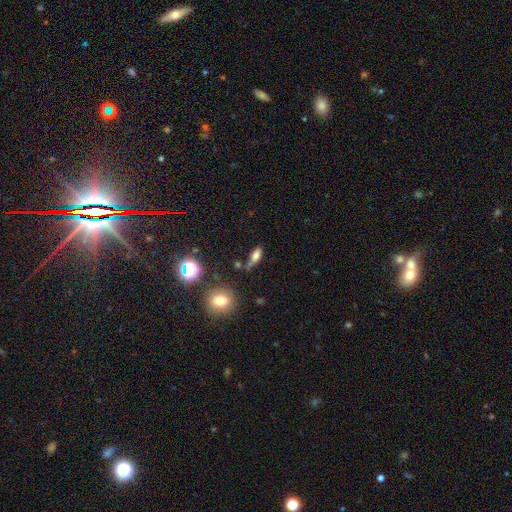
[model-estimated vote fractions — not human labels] Morphology: type=smooth (70%); roundness=in between (73%); merging=none (57%).